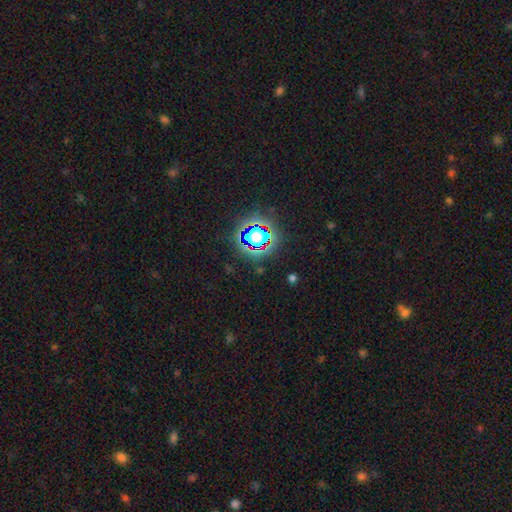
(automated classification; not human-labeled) A star or artifact, not a galaxy (82%).